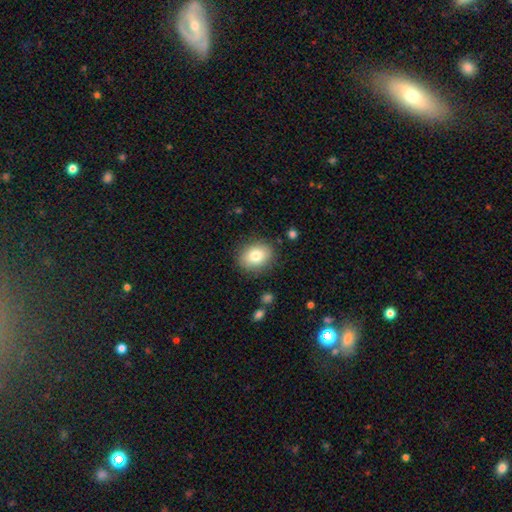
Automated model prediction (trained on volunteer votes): This is clearly a smooth galaxy (82%). How rounded: possibly in between (54%). Merging: clearly none (86%).